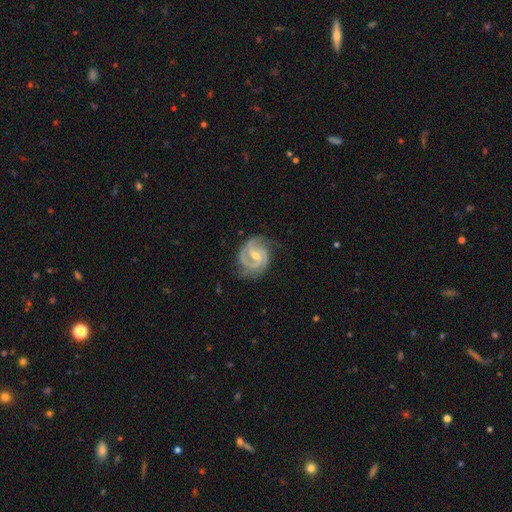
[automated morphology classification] This appears to be a featured or disk galaxy (90%) with a weak bar (50%), 2 (72%) medium (48%) spiral arms (98%) and a small central bulge (49%). Merging: none (71%).